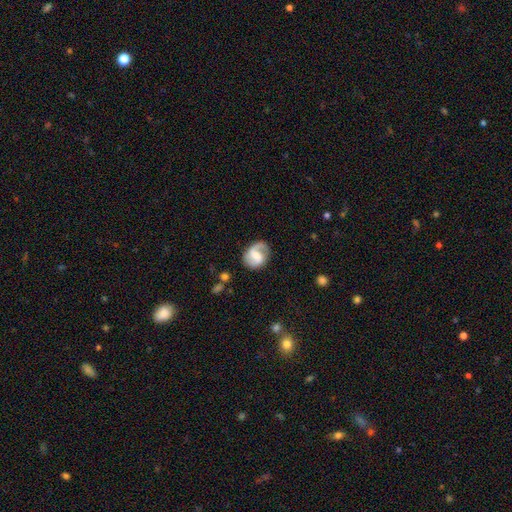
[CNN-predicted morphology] A featured or disk galaxy (67%) with a weak bar (51%), 2 (63%) medium (44%) spiral arms (90%) and a moderate central bulge (41%). Merging: none (68%).